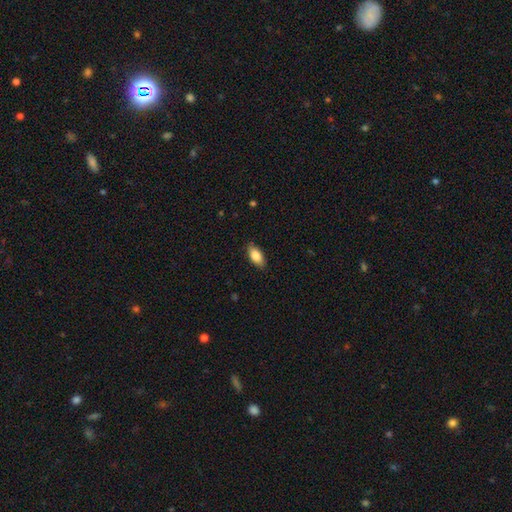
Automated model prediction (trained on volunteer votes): Smooth or featured?
  - smooth: 84% *
  - featured or disk: 9%
  - star or artifact: 7%
How rounded?
  - in between: 89% *
  - cigar-shaped: 8%
  - round: 3%
Merging?
  - none: 86% *
  - minor disturbance: 11%
  - major disturbance: 2%
  - merger: 1%